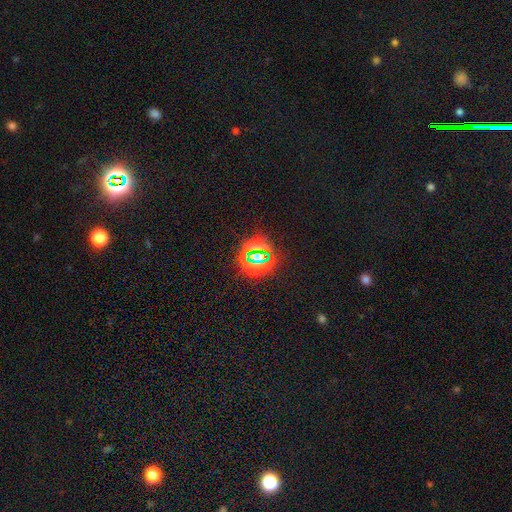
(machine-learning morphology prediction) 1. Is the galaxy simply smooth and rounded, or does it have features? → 75% star or artifact, 16% smooth, 9% featured or disk.